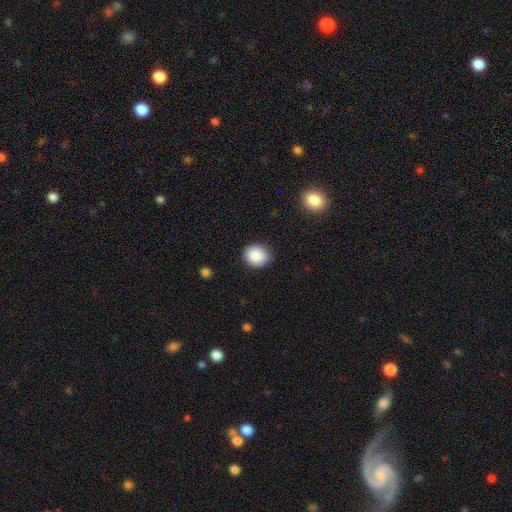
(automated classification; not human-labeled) Smooth or featured? Predicted: smooth (p=0.88). How rounded? Predicted: round (p=0.74). Merging? Predicted: none (p=0.88).